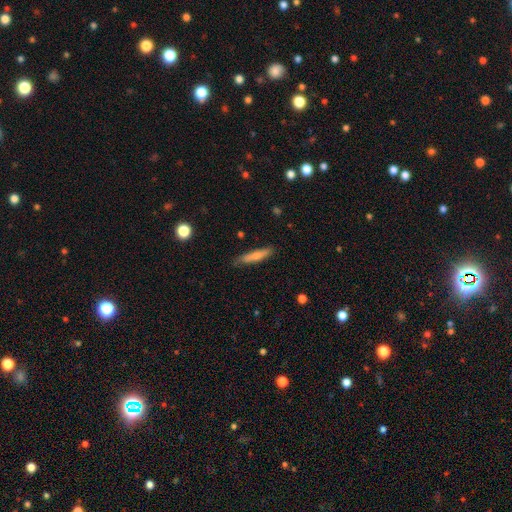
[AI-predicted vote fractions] Overall: smooth (68%). How rounded: cigar-shaped (88%). Merging: none (81%).